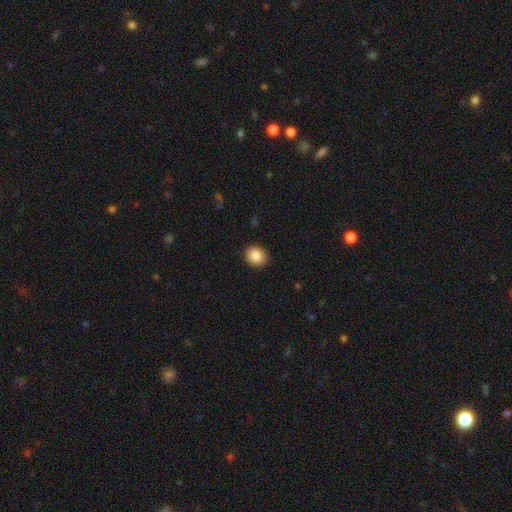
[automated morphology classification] This appears to be a smooth galaxy with no disk features (85%) that is round (74%). Merging: none (91%).